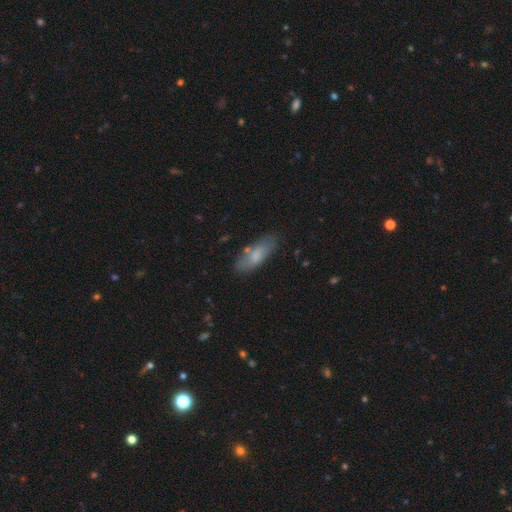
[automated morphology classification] Q: Smooth or featured?
A: smooth (75%); runner-up: featured or disk (19%)
Q: How rounded?
A: in between (64%); runner-up: cigar-shaped (34%)
Q: Merging?
A: none (73%); runner-up: minor disturbance (18%)